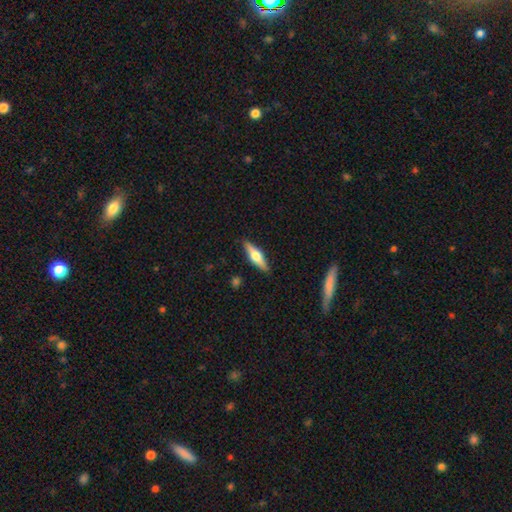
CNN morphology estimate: type=featured or disk (60%); edge-on=yes (96%); edge-on bulge=rounded (94%); merging=none (89%).